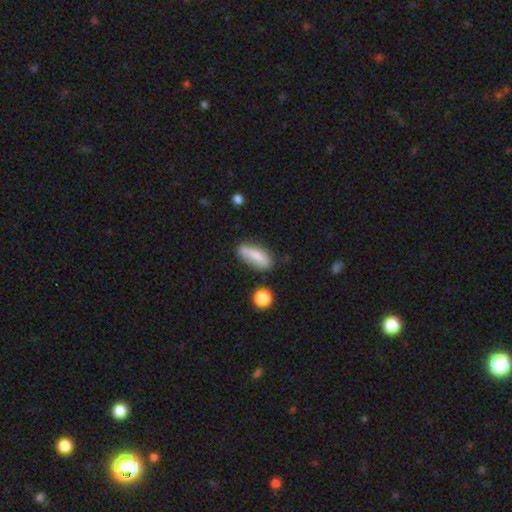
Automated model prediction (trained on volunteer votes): This is likely a smooth galaxy (77%). How rounded: likely in between (63%). Merging: likely none (61%).